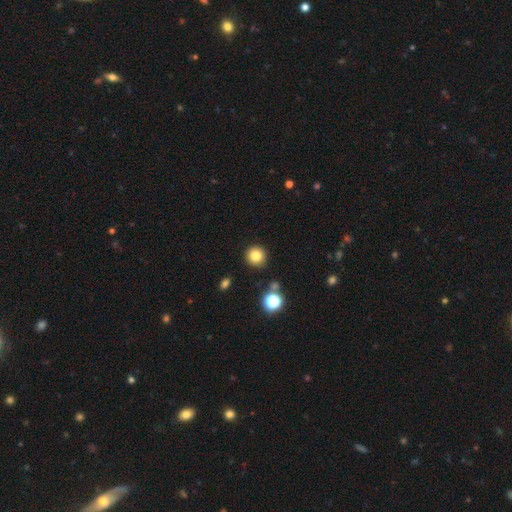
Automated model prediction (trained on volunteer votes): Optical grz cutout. It shows a smooth galaxy with no disk features (82%) that is round (94%). Merging: none (90%).